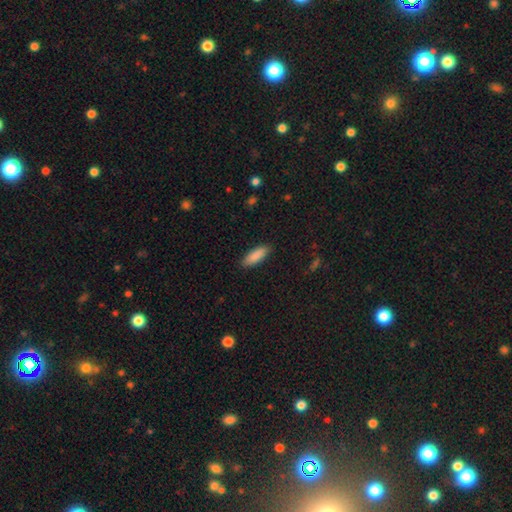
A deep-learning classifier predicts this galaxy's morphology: This appears to be a smooth galaxy with no disk features (89%) that is in between round and cigar-shaped (62%). Merging: none (88%).